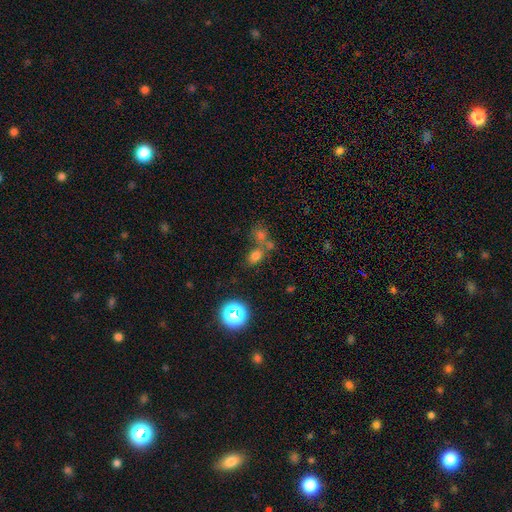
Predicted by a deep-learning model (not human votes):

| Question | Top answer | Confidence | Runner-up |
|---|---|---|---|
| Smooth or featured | smooth | 69% | star or artifact (22%) |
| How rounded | in between | 62% | round (36%) |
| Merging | none | 54% | merger (31%) |